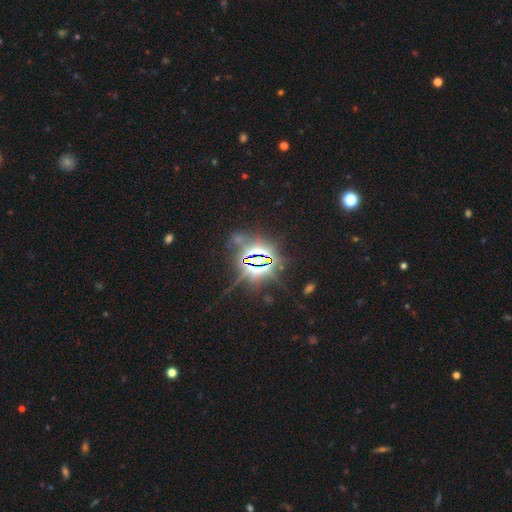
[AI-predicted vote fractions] Smooth or featured? star or artifact (85%)